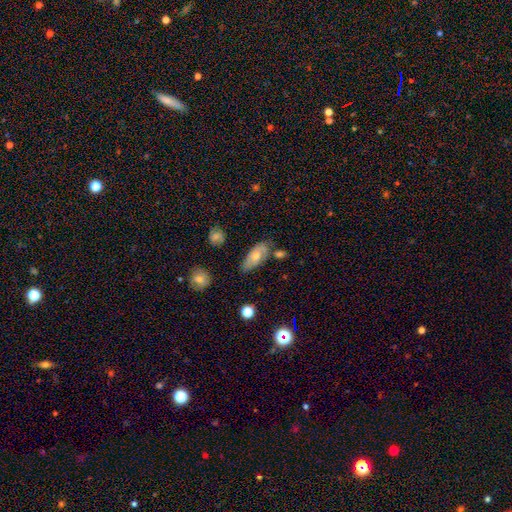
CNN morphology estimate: A smooth galaxy with no disk features (60%) that is in between round and cigar-shaped (81%).

Vote fractions:
- Smooth or featured? smooth: 60% / featured or disk: 30% / star or artifact: 9%
- How rounded? in between: 81% / cigar-shaped: 15% / round: 4%
- Merging? none: 64% / minor disturbance: 22% / merger: 9% / major disturbance: 5%